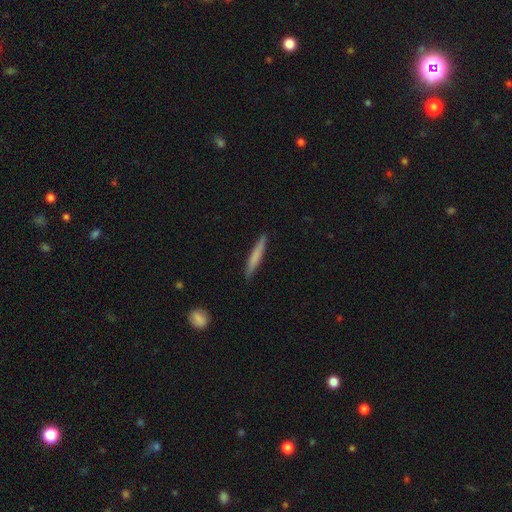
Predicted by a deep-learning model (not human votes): The model was most divided on "smooth or featured": smooth: 69%, featured or disk: 25%, star or artifact: 5%. More confident: how rounded — cigar-shaped (95%); merging — none (90%).